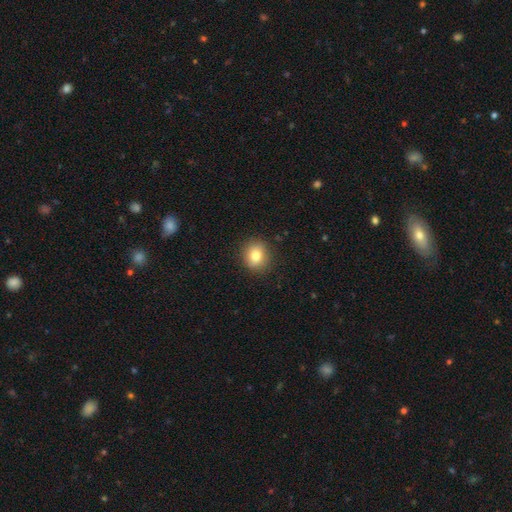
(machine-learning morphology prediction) A smooth galaxy with no disk features (81%) that is round (72%). Merging: none (89%).